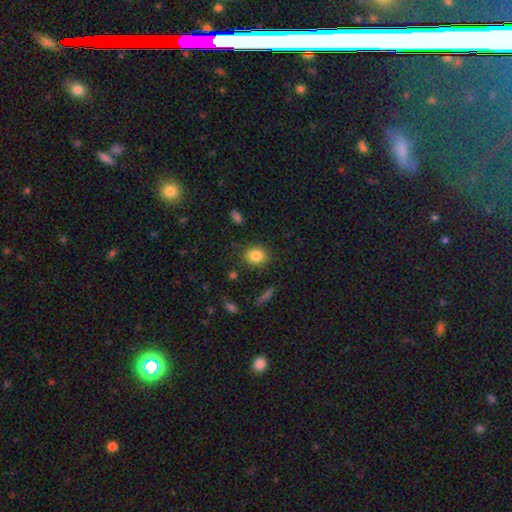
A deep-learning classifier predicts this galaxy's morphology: smooth-or-featured: smooth: 84% | star or artifact: 10% | featured or disk: 6%
  how-rounded: round: 64% | in between: 35% | cigar-shaped: 1%
  merging: none: 85% | minor disturbance: 10% | major disturbance: 3% | merger: 2%